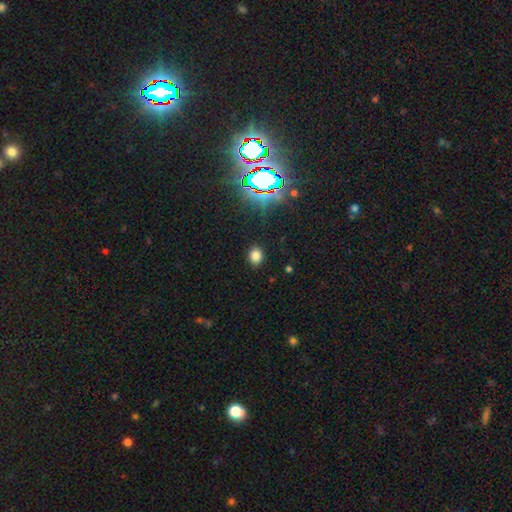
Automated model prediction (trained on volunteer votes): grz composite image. It shows a smooth galaxy with no disk features (77%) that is round (54%). Merging: none (88%).